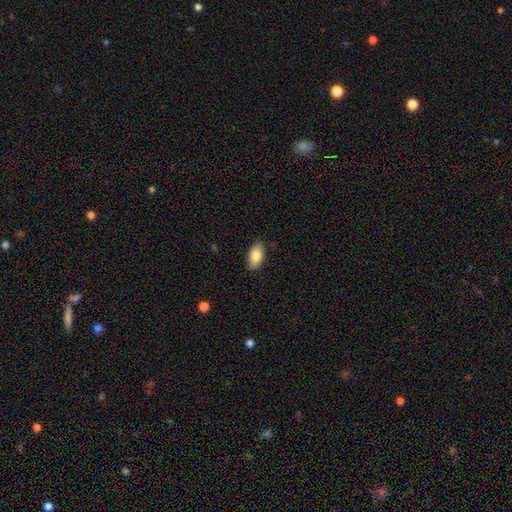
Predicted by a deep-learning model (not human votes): Morphology: type=smooth (84%); roundness=in between (93%); merging=none (85%).